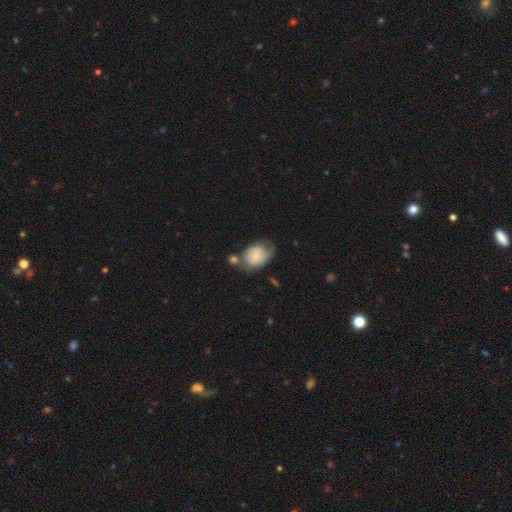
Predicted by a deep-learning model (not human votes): smooth-or-featured: smooth: 63% | featured or disk: 29% | star or artifact: 8%
  how-rounded: in between: 66% | round: 32% | cigar-shaped: 1%
  merging: none: 38% | minor disturbance: 29% | merger: 17% | major disturbance: 15%